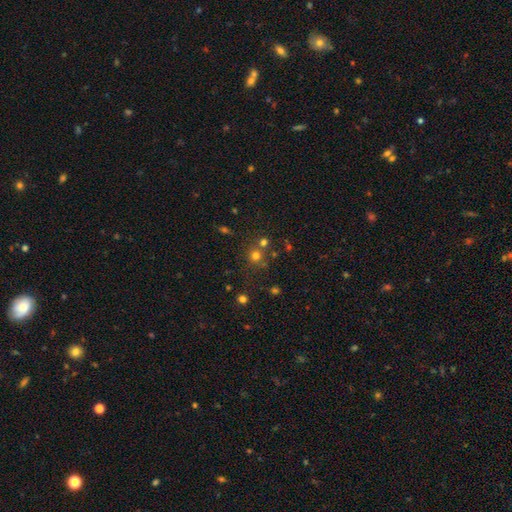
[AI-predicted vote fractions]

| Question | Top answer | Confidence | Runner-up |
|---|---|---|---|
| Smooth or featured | smooth | 67% | star or artifact (24%) |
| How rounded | round | 91% | in between (8%) |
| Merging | none | 69% | merger (19%) |